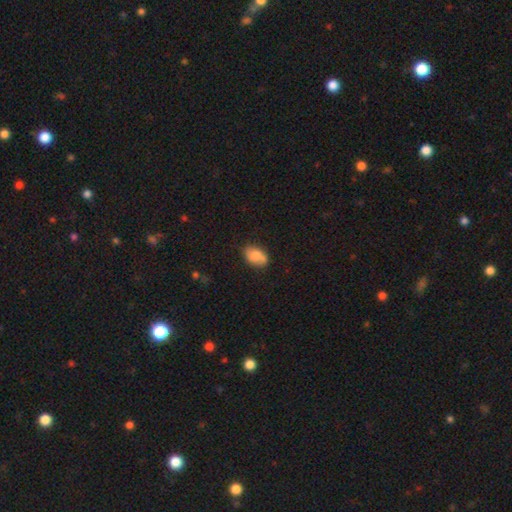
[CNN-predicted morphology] Smooth or featured? Predicted: smooth (p=0.77). How rounded? Predicted: in between (p=0.82). Merging? Predicted: none (p=0.64).